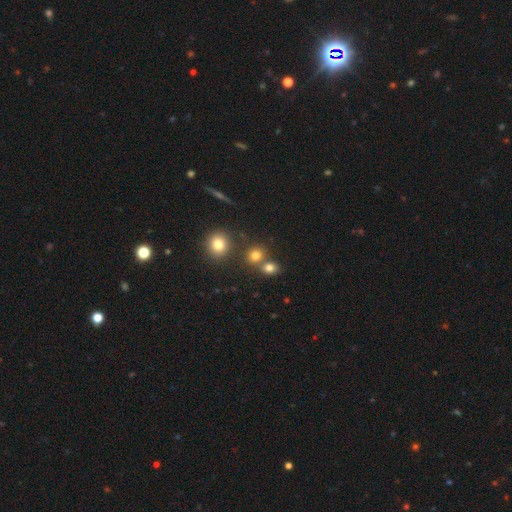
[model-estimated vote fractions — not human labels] This is likely a smooth galaxy (77%). How rounded: likely round (75%). Merging: likely none (60%).